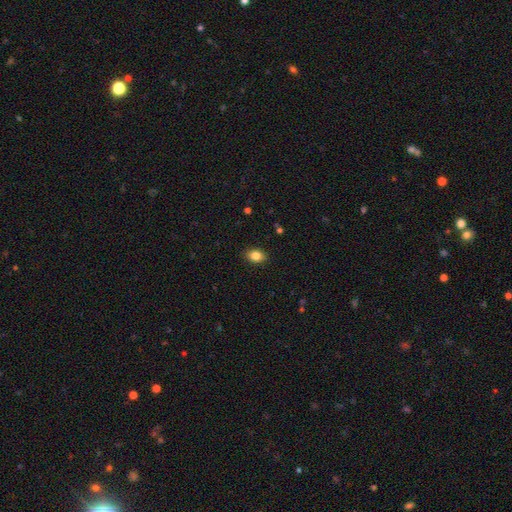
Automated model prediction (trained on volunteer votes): This appears to be a smooth galaxy with no disk features (85%) that is in between round and cigar-shaped (75%). Merging: none (89%).